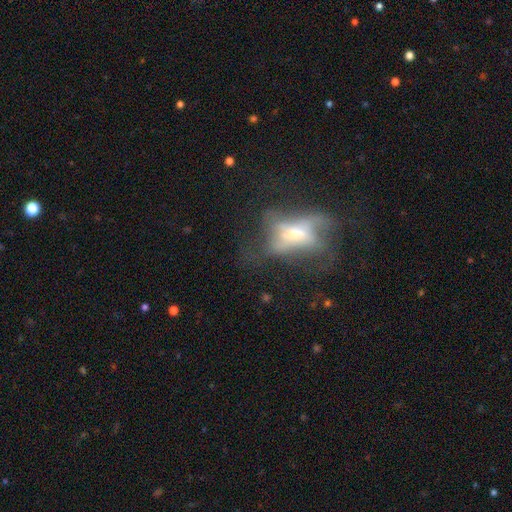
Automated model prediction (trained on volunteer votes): This appears to be a featured or disk galaxy (59%). Merging: none (41%).